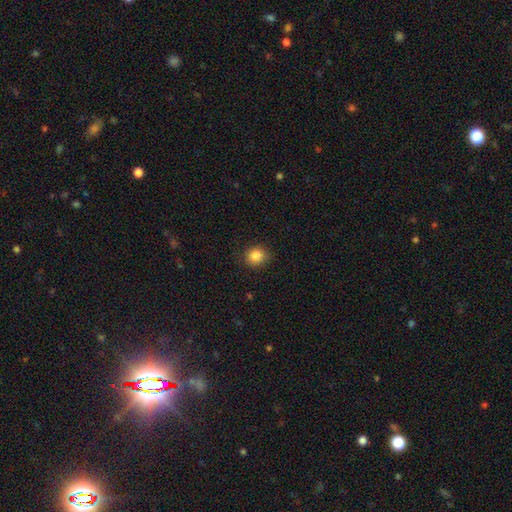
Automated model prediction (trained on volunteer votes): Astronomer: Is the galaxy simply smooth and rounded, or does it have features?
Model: smooth — 86%.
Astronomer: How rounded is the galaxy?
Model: round — 78%.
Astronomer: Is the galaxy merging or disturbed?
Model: none — 87%.